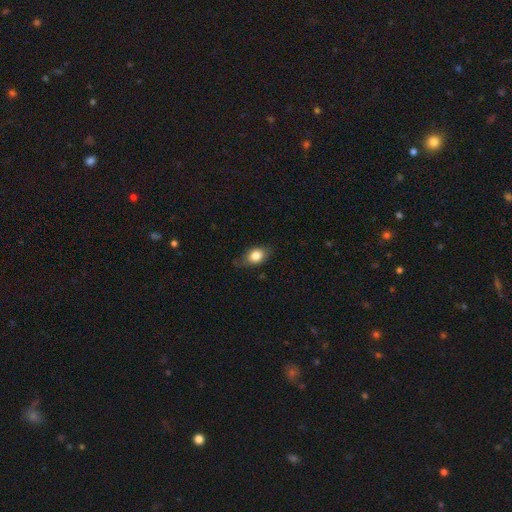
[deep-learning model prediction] A smooth galaxy with no disk features (80%) that is in between round and cigar-shaped (72%).

Vote fractions:
- Smooth or featured? smooth: 80% / featured or disk: 12% / star or artifact: 8%
- How rounded? in between: 72% / round: 25% / cigar-shaped: 3%
- Merging? none: 70% / minor disturbance: 24% / major disturbance: 5% / merger: 1%